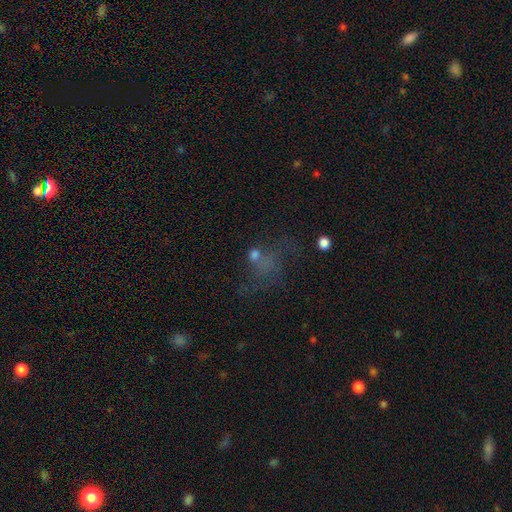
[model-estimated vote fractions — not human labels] This appears to be a smooth galaxy with no disk features (45%). Merging: major disturbance (39%).